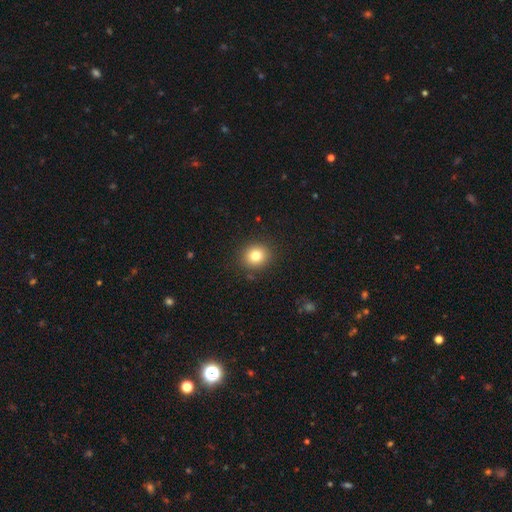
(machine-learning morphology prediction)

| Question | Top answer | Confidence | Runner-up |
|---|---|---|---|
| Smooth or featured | smooth | 80% | star or artifact (12%) |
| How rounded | round | 82% | in between (17%) |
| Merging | none | 90% | minor disturbance (7%) |